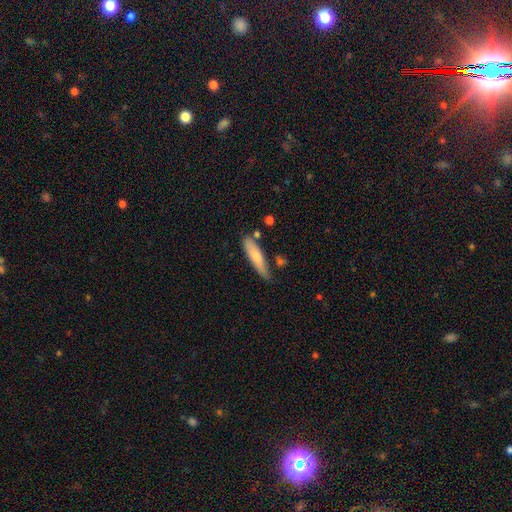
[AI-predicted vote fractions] Overall: smooth (73%). How rounded: cigar-shaped (76%). Merging: none (66%).